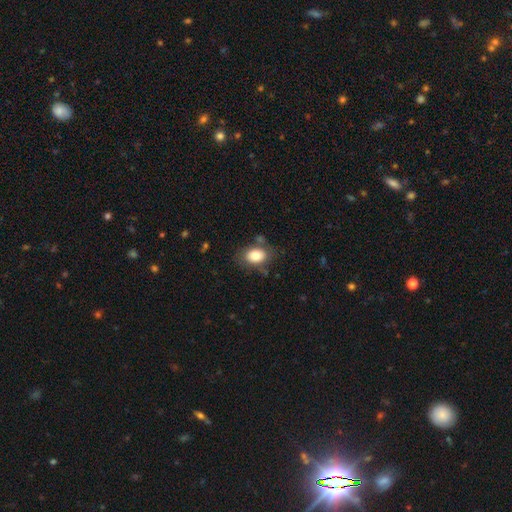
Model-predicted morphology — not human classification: Smooth or featured? Predicted: smooth (p=0.80). How rounded? Predicted: in between (p=0.78). Merging? Predicted: none (p=0.68).